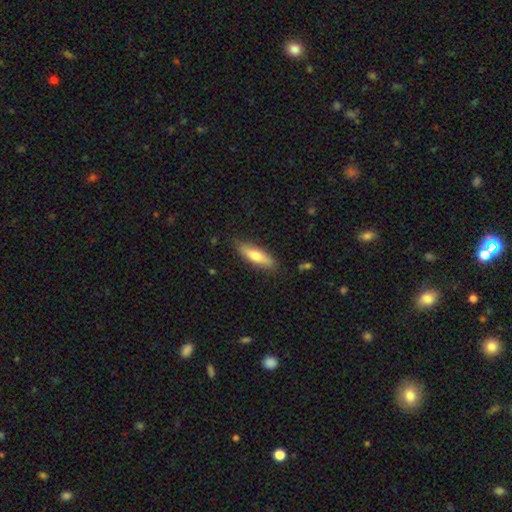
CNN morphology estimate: A smooth galaxy with no disk features (68%) that is cigar-shaped (57%).

Vote fractions:
- Smooth or featured? smooth: 68% / featured or disk: 26% / star or artifact: 6%
- How rounded? cigar-shaped: 57% / in between: 41% / round: 2%
- Merging? none: 83% / minor disturbance: 13% / major disturbance: 2% / merger: 1%